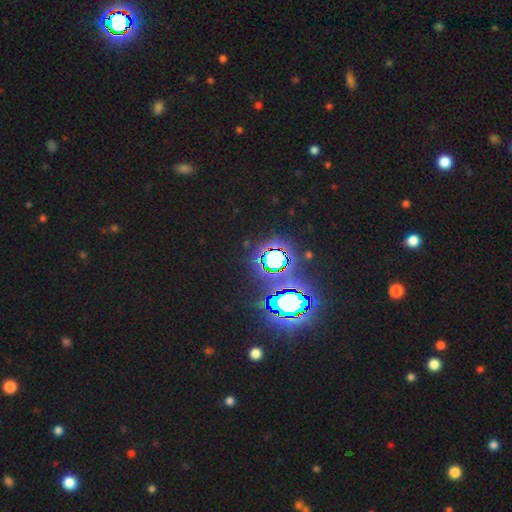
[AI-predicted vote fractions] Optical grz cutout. It shows a star or artifact, not a galaxy (83%).